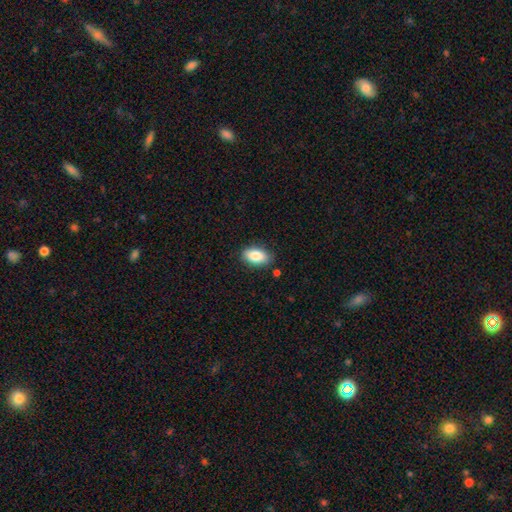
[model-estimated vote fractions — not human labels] Morphology: type=smooth (85%); roundness=in between (92%); merging=none (84%).